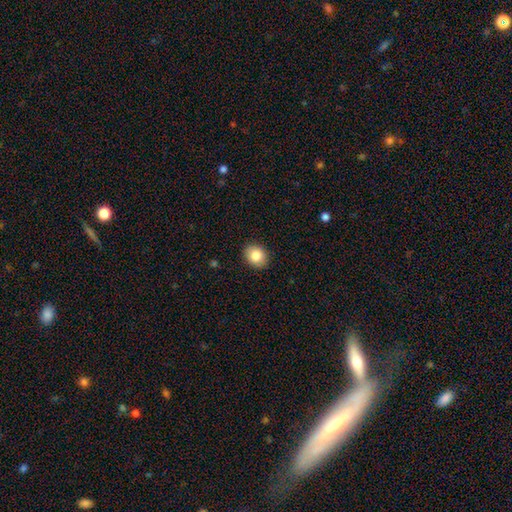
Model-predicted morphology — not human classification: A smooth galaxy with no disk features (84%) that is round (56%).

Vote fractions:
- Smooth or featured? smooth: 84% / star or artifact: 8% / featured or disk: 7%
- How rounded? round: 56% / in between: 43% / cigar-shaped: 1%
- Merging? none: 90% / minor disturbance: 7% / major disturbance: 2% / merger: 1%